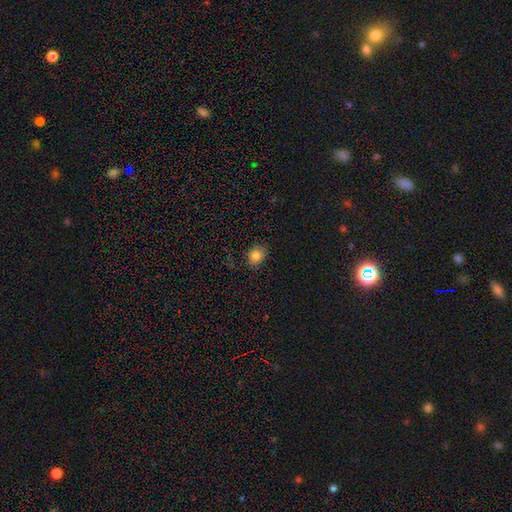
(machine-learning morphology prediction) Smooth or featured?
  - smooth: 81% *
  - star or artifact: 11%
  - featured or disk: 8%
How rounded?
  - round: 54% *
  - in between: 45%
  - cigar-shaped: 1%
Merging?
  - none: 81% *
  - minor disturbance: 15%
  - major disturbance: 3%
  - merger: 1%